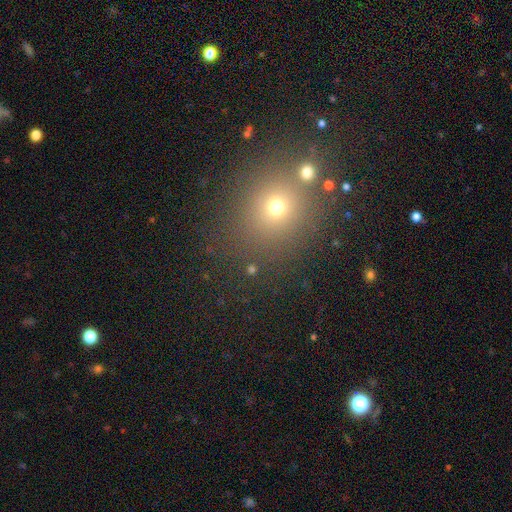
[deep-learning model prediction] This appears to be a smooth galaxy with no disk features (56%) that is round (75%). Merging: none (83%).